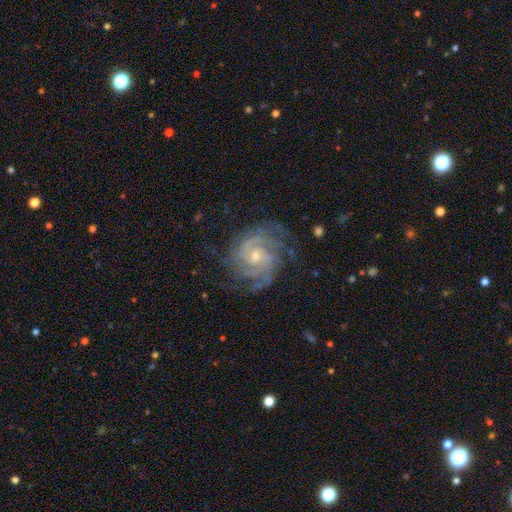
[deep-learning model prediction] The model was most divided on "spiral arm count": 2: 29%, 3: 28%, can't tell: 16%, 4: 13%, more than 4: 7%, 1: 6%. More confident: spiral arms — yes (98%); edge-on disk — no (98%); smooth or featured — featured or disk (91%); merging — none (72%); bar — no (64%); bulge size — small (63%); spiral winding — tight (59%).